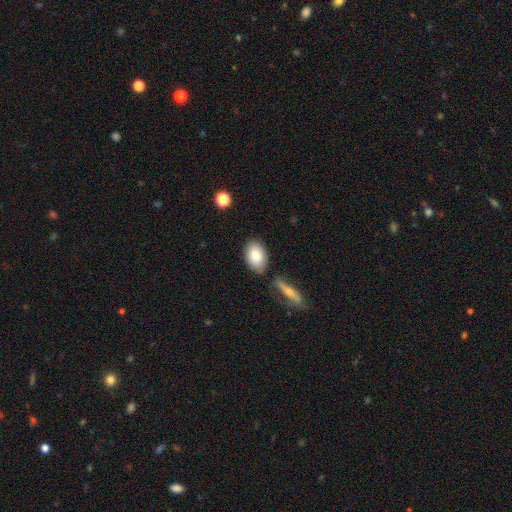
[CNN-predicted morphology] This is clearly a smooth galaxy (82%). How rounded: clearly in between (89%). Merging: likely none (77%).